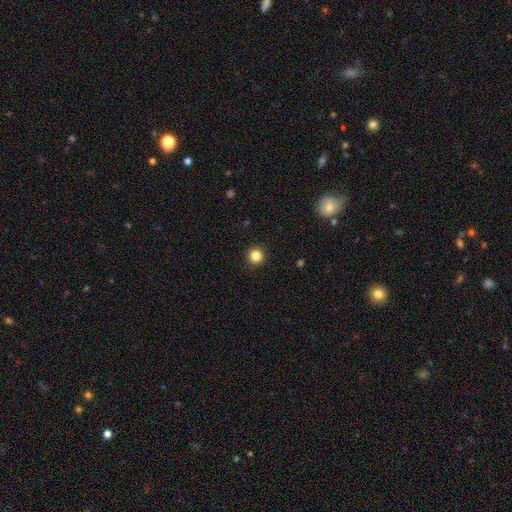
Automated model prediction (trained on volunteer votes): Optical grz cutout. It shows a smooth galaxy with no disk features (85%) that is round (95%). Merging: none (93%).